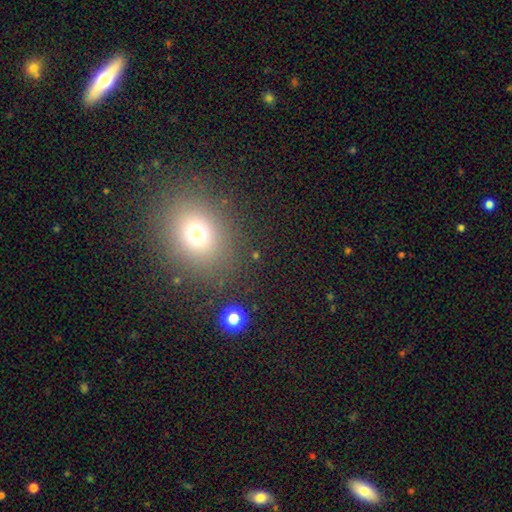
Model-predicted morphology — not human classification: smooth-or-featured: smooth: 63% | star or artifact: 27% | featured or disk: 10%
  how-rounded: round: 65% | in between: 33% | cigar-shaped: 2%
  merging: none: 83% | minor disturbance: 9% | major disturbance: 4% | merger: 3%